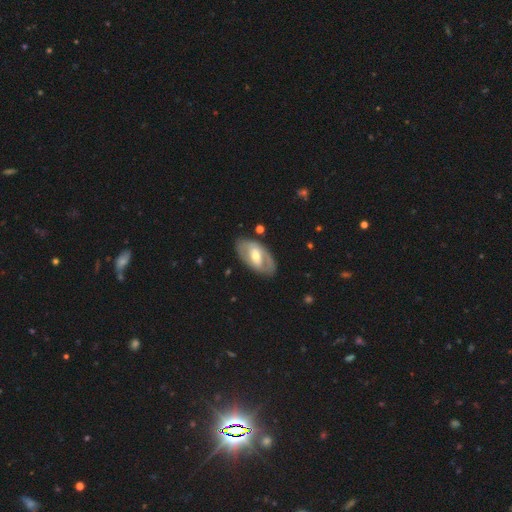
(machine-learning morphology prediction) This appears to be a featured or disk galaxy (67%) with a weak bar (39%), spiral arms (53%) and a moderate central bulge (64%). Merging: none (77%).